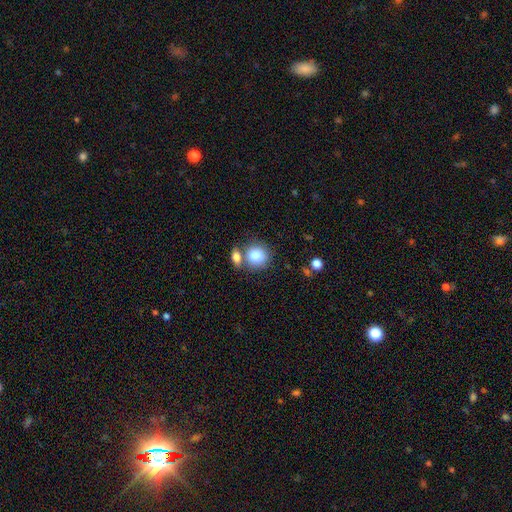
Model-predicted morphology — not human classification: smooth 85%, star or artifact 8%, featured or disk 7%. Down the decision tree: how rounded — round (76%); merging — none (51%).